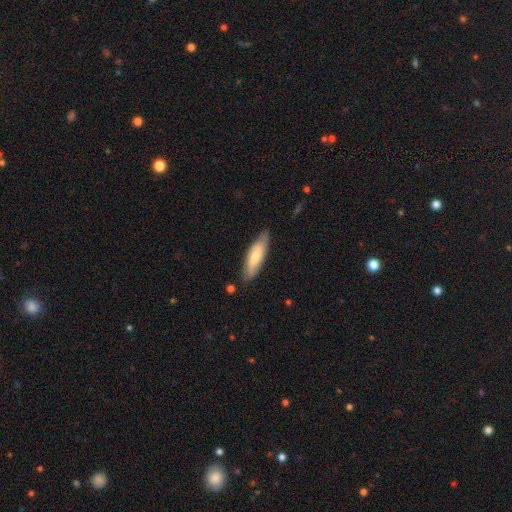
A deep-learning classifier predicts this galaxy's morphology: A smooth galaxy with no disk features (63%) that is cigar-shaped (52%).

Vote fractions:
- Smooth or featured? smooth: 63% / featured or disk: 31% / star or artifact: 6%
- How rounded? cigar-shaped: 52% / in between: 46% / round: 2%
- Merging? none: 79% / minor disturbance: 16% / major disturbance: 3% / merger: 2%